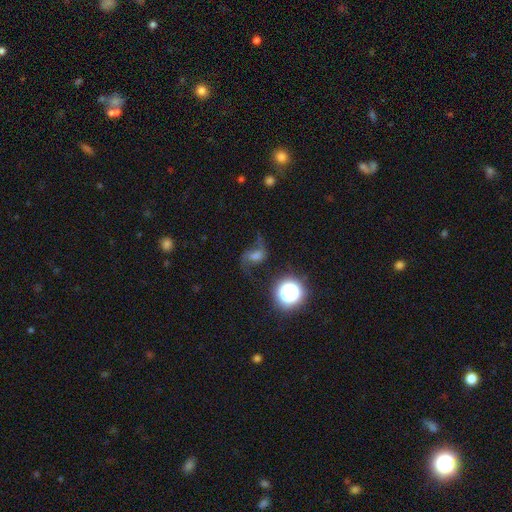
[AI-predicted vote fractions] A featured or disk galaxy (51%).

Vote fractions:
- Smooth or featured? featured or disk: 51% / smooth: 28% / star or artifact: 21%
- Edge-on disk? no: 96% / yes: 4%
- Merging? none: 55% / major disturbance: 22% / minor disturbance: 18% / merger: 5%